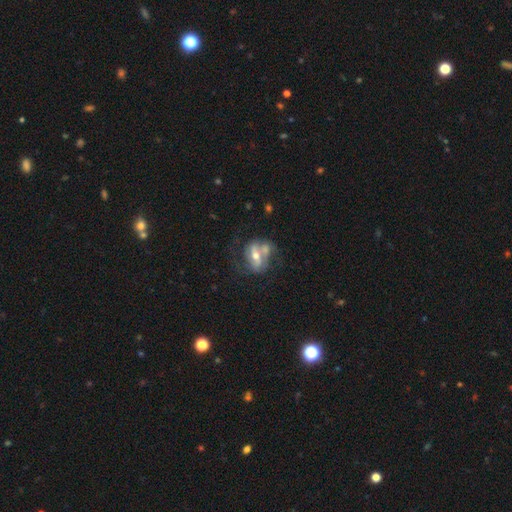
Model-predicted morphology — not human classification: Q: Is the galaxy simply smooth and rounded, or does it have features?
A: featured or disk — 69%.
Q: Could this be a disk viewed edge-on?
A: no — 93%.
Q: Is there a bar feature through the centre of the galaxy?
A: strong — 42%.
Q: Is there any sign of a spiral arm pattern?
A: yes — 70%.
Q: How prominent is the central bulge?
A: moderate — 67%.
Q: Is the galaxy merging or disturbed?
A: none — 39%.